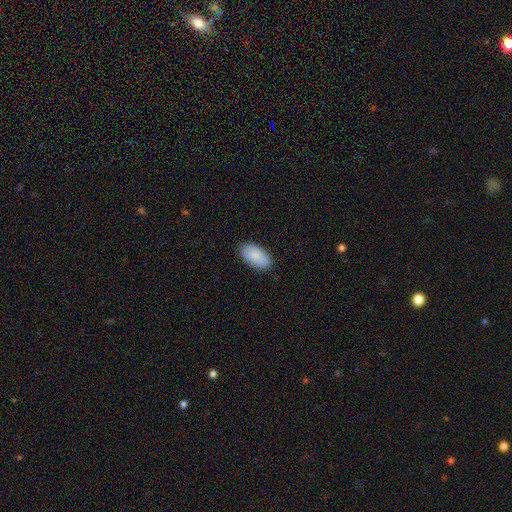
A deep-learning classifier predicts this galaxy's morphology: Smooth or featured: smooth — 89% (star or artifact — 6%)
How rounded: in between — 95% (round — 3%)
Merging: none — 87% (minor disturbance — 10%)